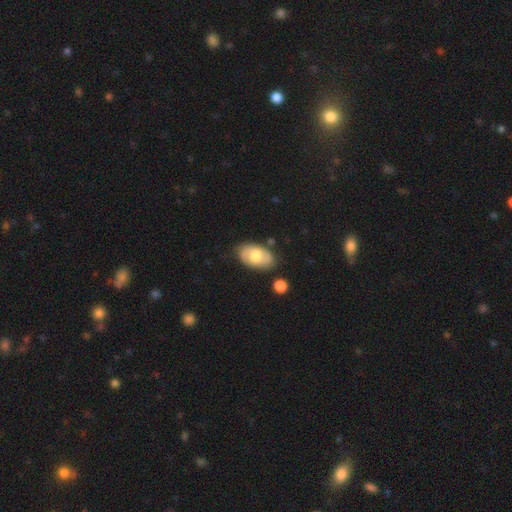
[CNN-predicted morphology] The model was most divided on "smooth or featured": smooth: 53%, featured or disk: 41%, star or artifact: 6%. More confident: how rounded — in between (92%); merging — none (75%).